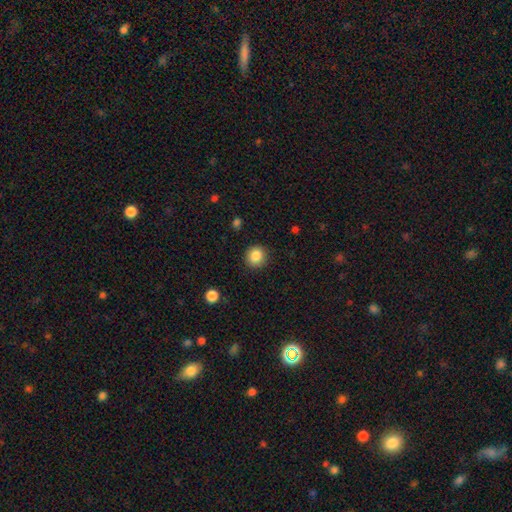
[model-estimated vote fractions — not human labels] Smooth or featured? Predicted: smooth (p=0.86). How rounded? Predicted: round (p=0.88). Merging? Predicted: none (p=0.89).